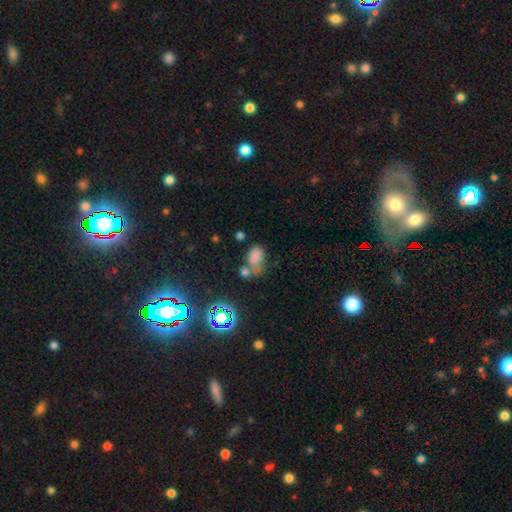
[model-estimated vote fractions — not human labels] Smooth or featured? smooth (73%)
How rounded? in between (80%)
Merging? merger (37%)